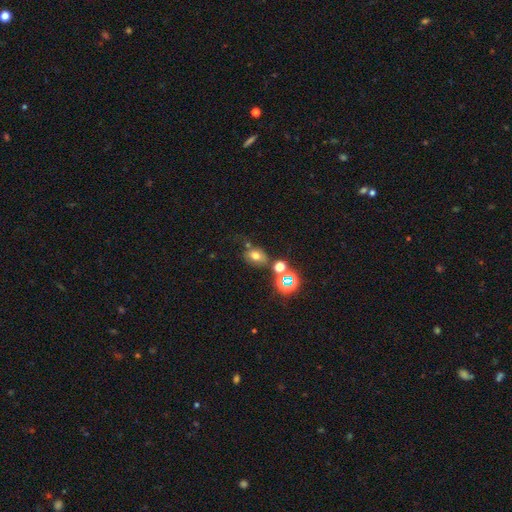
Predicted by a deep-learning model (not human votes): Morphology: type=smooth (64%); roundness=in between (62%); merging=none (63%).